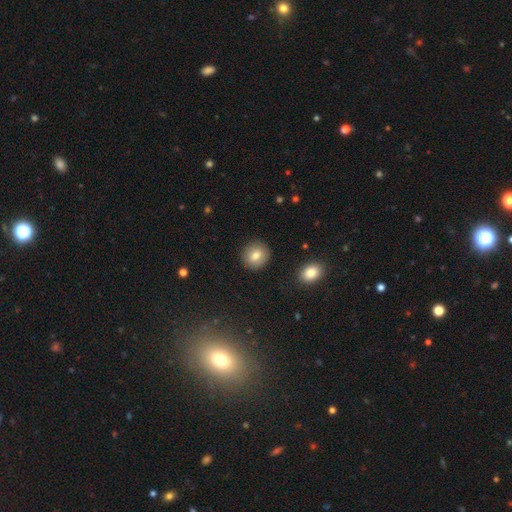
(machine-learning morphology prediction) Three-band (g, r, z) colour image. It shows a smooth galaxy with no disk features (79%) that is round (87%). Merging: none (90%).